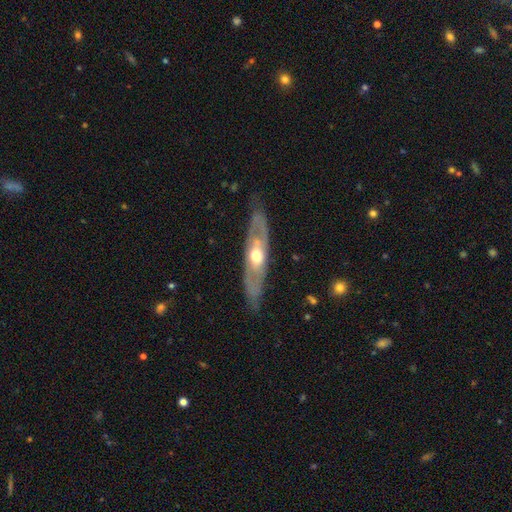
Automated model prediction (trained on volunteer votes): This is likely a featured or disk galaxy (69%). It is possibly not viewed edge-on (57%). Merging: likely none (79%).